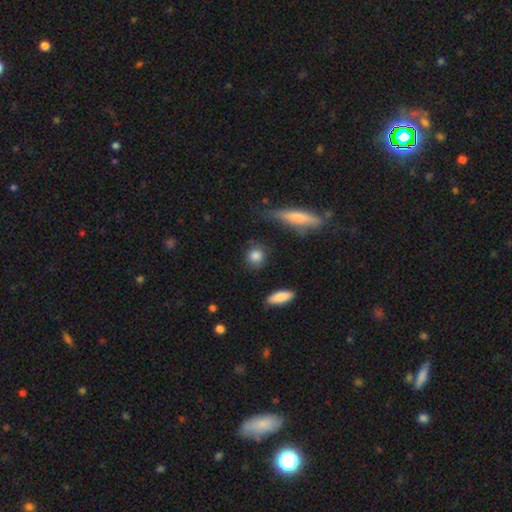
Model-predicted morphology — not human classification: Smooth or featured? Predicted: smooth (p=0.85). How rounded? Predicted: round (p=0.79). Merging? Predicted: none (p=0.80).